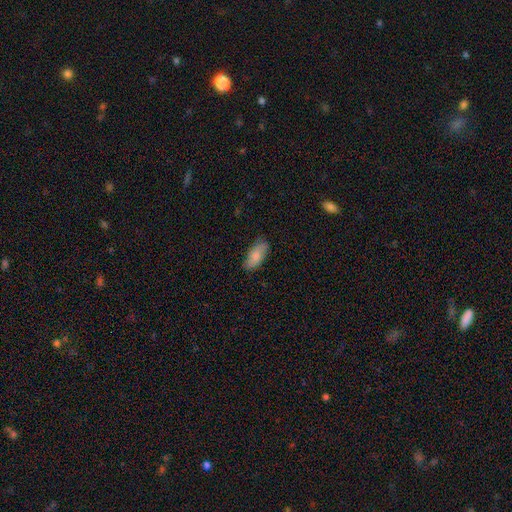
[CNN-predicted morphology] Overall: smooth (78%). How rounded: in between (87%). Merging: none (77%).